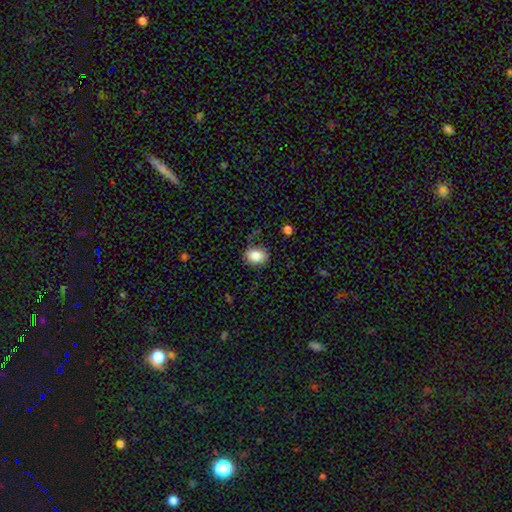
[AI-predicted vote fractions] This is clearly a smooth galaxy (86%). How rounded: likely in between (66%). Merging: clearly none (82%).